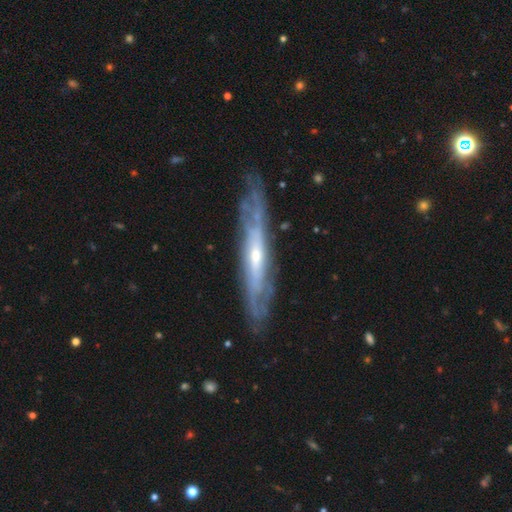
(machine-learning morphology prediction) Smooth or featured? featured or disk (80%)
Edge-on disk? yes (53%)
Merging? none (80%)